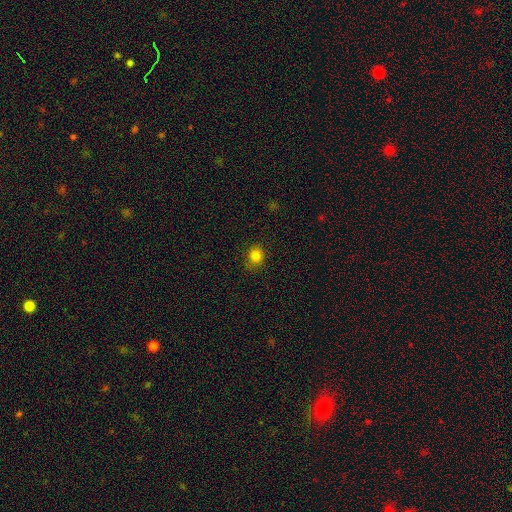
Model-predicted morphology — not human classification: Q: Smooth or featured?
A: smooth (81%); runner-up: star or artifact (13%)
Q: How rounded?
A: round (63%); runner-up: in between (36%)
Q: Merging?
A: none (80%); runner-up: minor disturbance (15%)